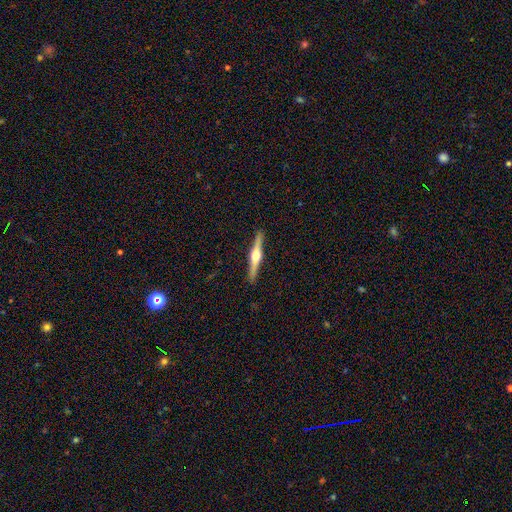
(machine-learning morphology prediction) Smooth or featured: featured or disk — 75% (smooth — 20%)
Edge-on disk: yes — 98% (no — 2%)
Edge-on bulge: rounded — 95% (boxy — 3%)
Merging: none — 92% (minor disturbance — 6%)